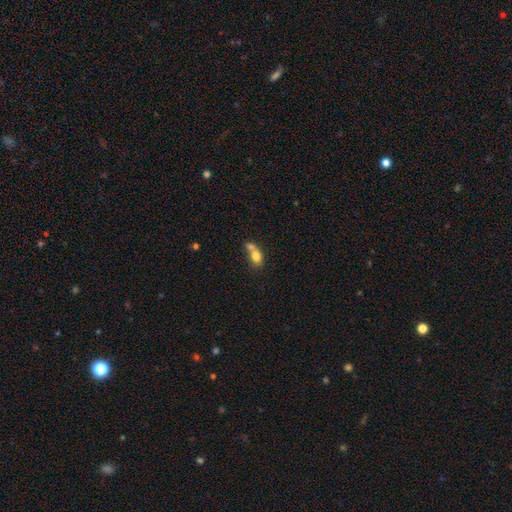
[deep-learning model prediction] Smooth or featured?
  - smooth: 77% *
  - featured or disk: 14%
  - star or artifact: 9%
How rounded?
  - in between: 70% *
  - round: 28%
  - cigar-shaped: 2%
Merging?
  - merger: 60% *
  - none: 25%
  - minor disturbance: 9%
  - major disturbance: 5%